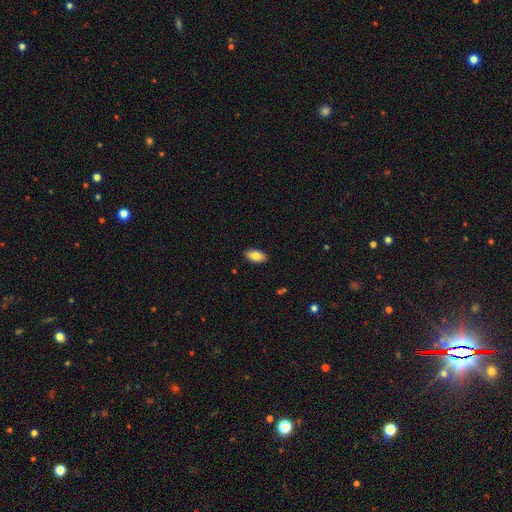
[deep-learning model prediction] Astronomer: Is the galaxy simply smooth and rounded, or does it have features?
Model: smooth — 82%.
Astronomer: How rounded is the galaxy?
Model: in between — 94%.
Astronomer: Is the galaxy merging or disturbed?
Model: none — 89%.